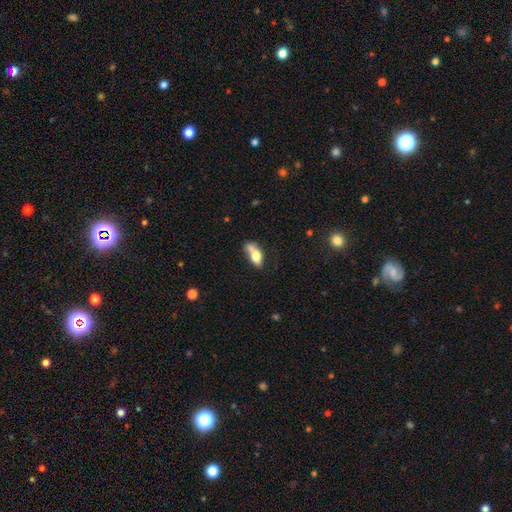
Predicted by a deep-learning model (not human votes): A smooth galaxy with no disk features (69%) that is in between round and cigar-shaped (79%). Merging: merger (43%).